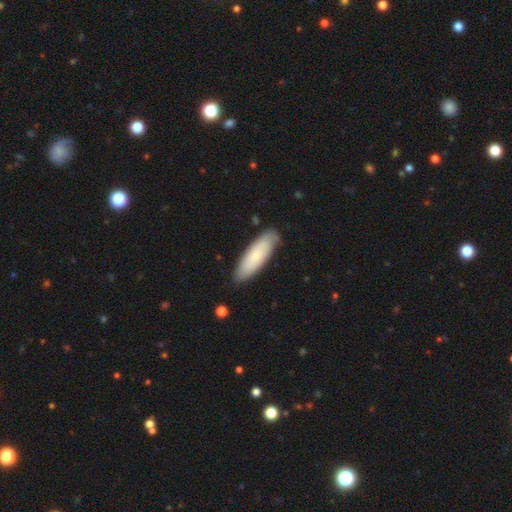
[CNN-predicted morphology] Smooth or featured: smooth — 72% (featured or disk — 22%)
How rounded: in between — 50% (cigar-shaped — 48%)
Merging: none — 85% (minor disturbance — 12%)